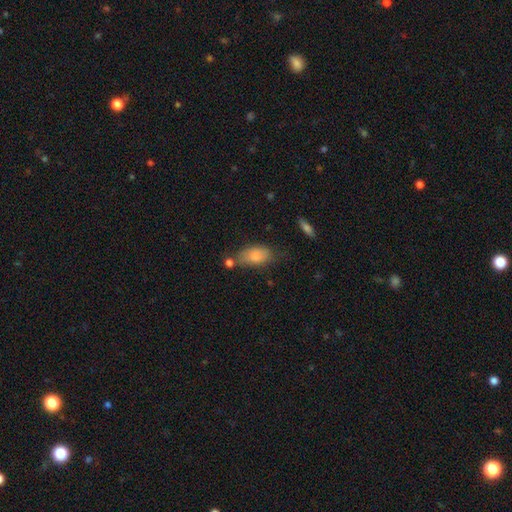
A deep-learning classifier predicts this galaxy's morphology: Smooth or featured? Predicted: smooth (p=0.81). How rounded? Predicted: in between (p=0.90). Merging? Predicted: none (p=0.52).